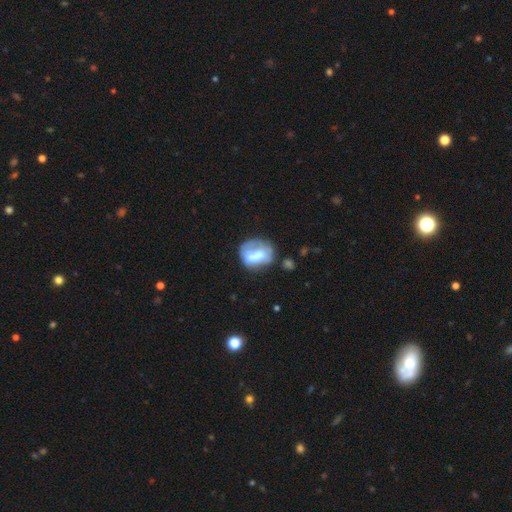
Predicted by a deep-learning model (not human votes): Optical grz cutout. It shows a smooth galaxy with no disk features (53%) that is round (59%). Merging: none (41%).